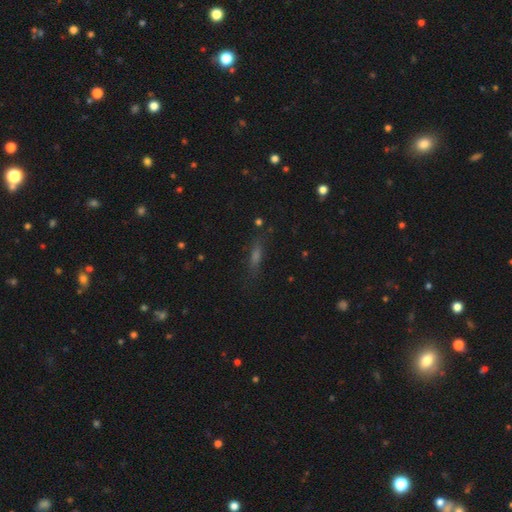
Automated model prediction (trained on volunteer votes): Morphology: type=smooth (47%); merging=none (75%).